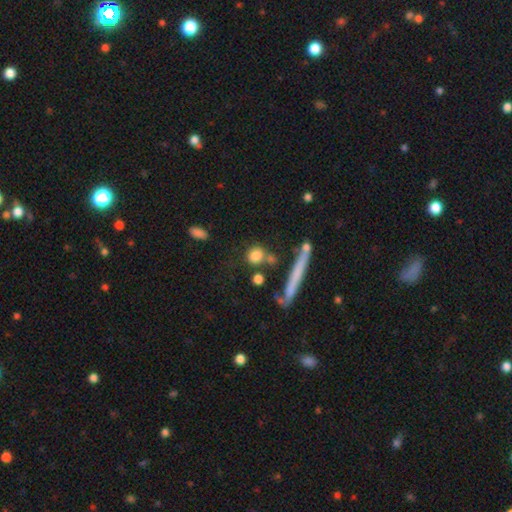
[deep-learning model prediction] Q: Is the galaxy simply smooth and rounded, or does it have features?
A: smooth — 78%.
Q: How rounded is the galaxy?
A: round — 71%.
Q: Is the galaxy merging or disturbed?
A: none — 63%.